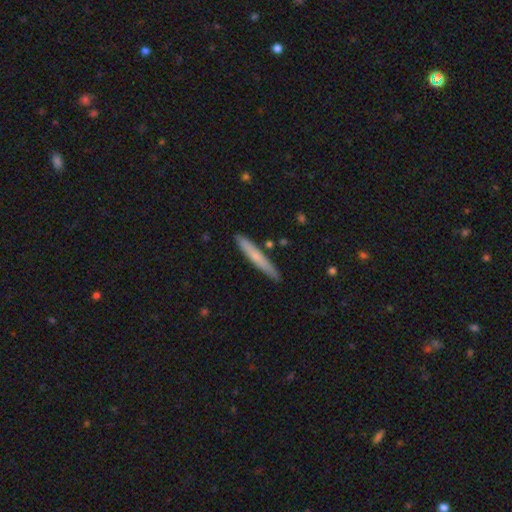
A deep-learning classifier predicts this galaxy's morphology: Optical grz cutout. It shows a smooth galaxy with no disk features (66%) that is cigar-shaped (95%). Merging: none (86%).